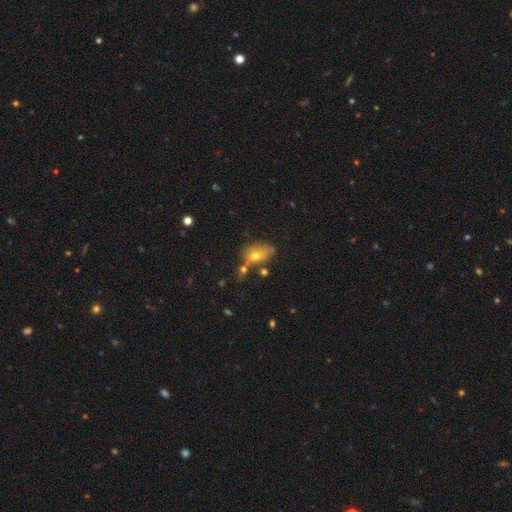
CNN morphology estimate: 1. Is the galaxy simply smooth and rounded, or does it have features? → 67% smooth, 21% featured or disk, 12% star or artifact.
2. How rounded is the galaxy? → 78% in between, 19% round, 3% cigar-shaped.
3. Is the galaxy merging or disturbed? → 43% none, 24% minor disturbance, 21% merger, 12% major disturbance.